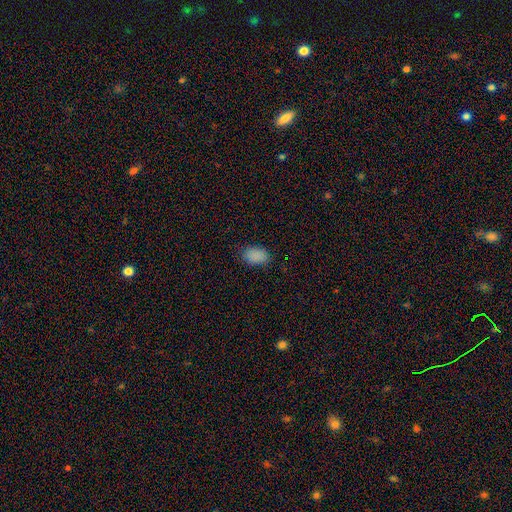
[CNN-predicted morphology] Q: Smooth or featured?
A: smooth (87%); runner-up: star or artifact (10%)
Q: How rounded?
A: in between (89%); runner-up: round (10%)
Q: Merging?
A: none (81%); runner-up: minor disturbance (15%)